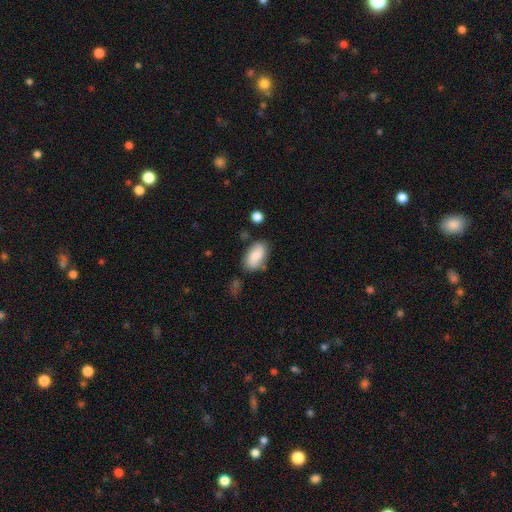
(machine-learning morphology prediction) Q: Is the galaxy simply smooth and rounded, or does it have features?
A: smooth — 70%.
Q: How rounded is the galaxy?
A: in between — 92%.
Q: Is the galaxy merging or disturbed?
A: none — 68%.